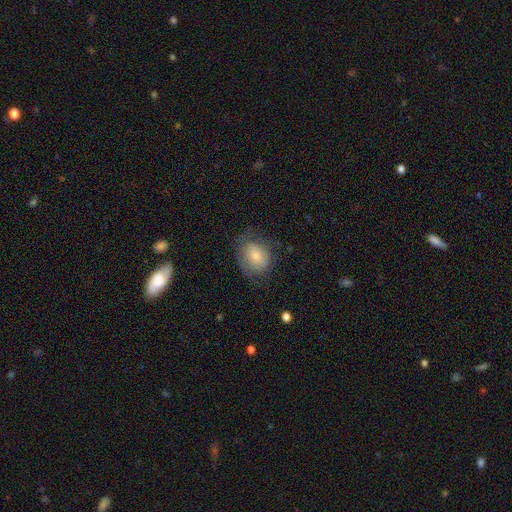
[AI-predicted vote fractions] This appears to be a smooth galaxy with no disk features (70%) that is round (53%). Merging: none (60%).